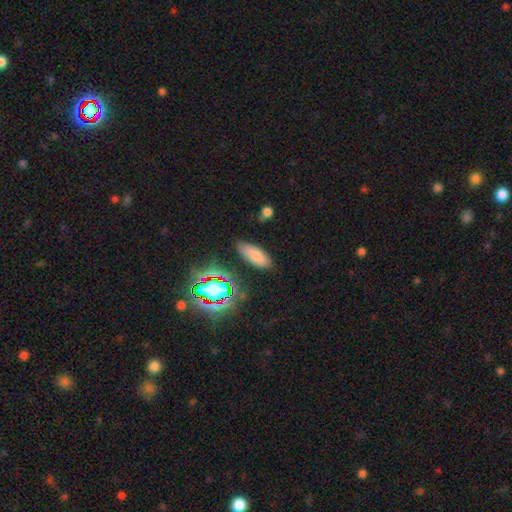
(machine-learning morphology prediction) A smooth galaxy with no disk features (75%) that is in between round and cigar-shaped (79%). Merging: none (80%).